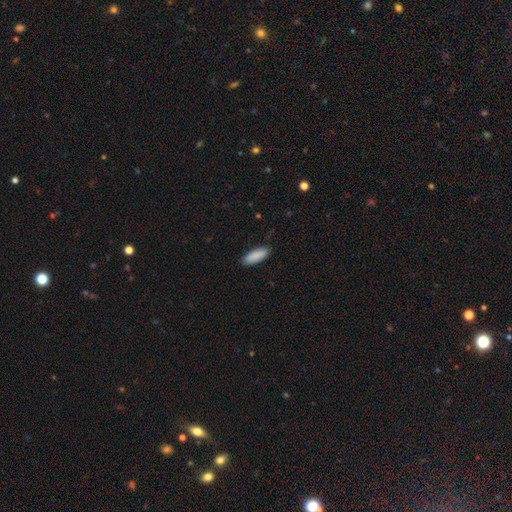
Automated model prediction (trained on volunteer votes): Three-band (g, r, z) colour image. It shows a smooth galaxy with no disk features (90%) that is in between round and cigar-shaped (66%). Merging: none (88%).